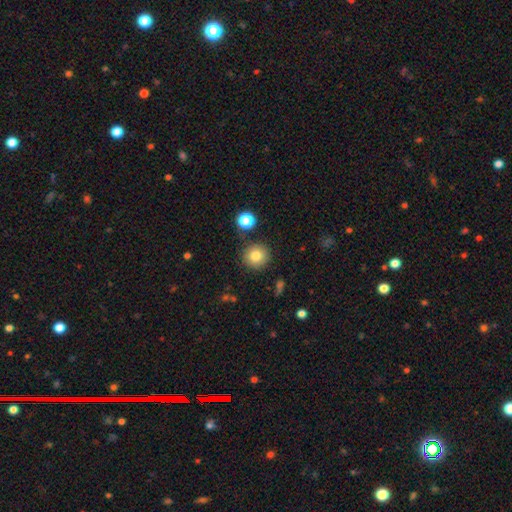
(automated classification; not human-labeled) This appears to be a smooth galaxy with no disk features (82%) that is round (93%). Merging: none (86%).